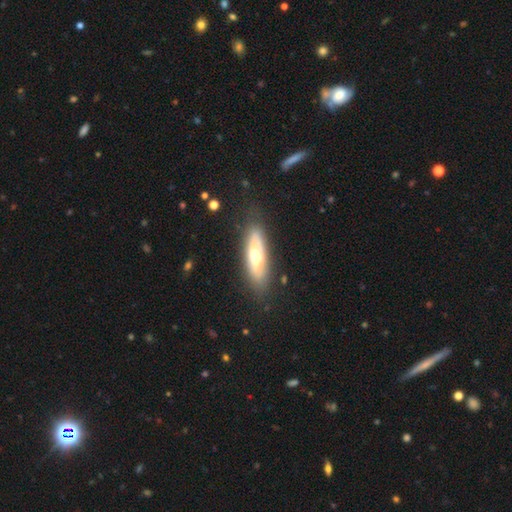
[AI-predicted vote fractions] Overall: smooth (54%; featured or disk 40%). How rounded: in between (55%; cigar-shaped 43%). Merging: none (80%).